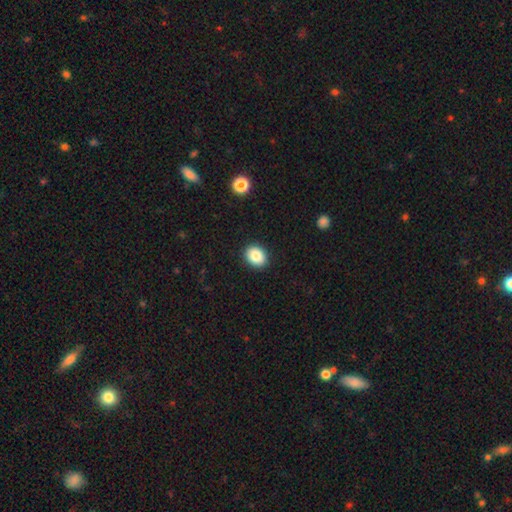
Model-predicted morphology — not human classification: Smooth or featured: smooth — 86% (star or artifact — 9%)
How rounded: round — 52% (in between — 48%)
Merging: none — 91% (minor disturbance — 6%)